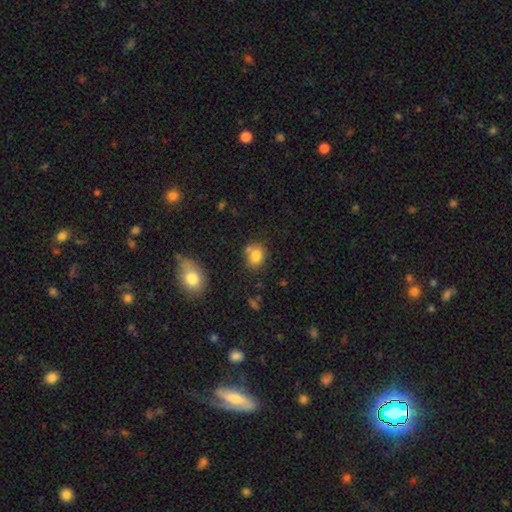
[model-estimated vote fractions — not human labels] A smooth galaxy with no disk features (81%) that is round (50%).

Vote fractions:
- Smooth or featured? smooth: 81% / star or artifact: 10% / featured or disk: 9%
- How rounded? round: 50% / in between: 49% / cigar-shaped: 1%
- Merging? none: 61% / minor disturbance: 18% / merger: 16% / major disturbance: 5%